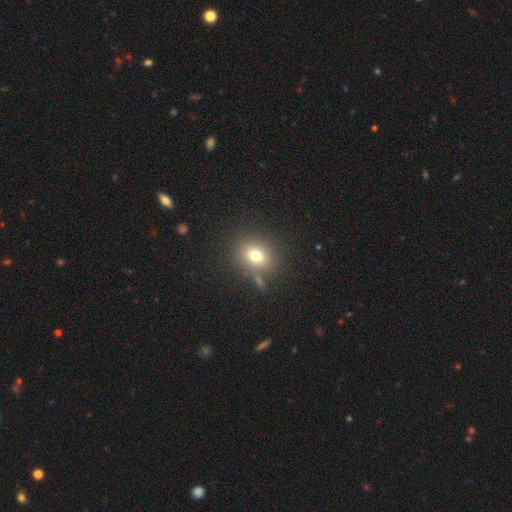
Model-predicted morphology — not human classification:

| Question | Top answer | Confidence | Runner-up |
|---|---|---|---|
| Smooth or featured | smooth | 74% | star or artifact (14%) |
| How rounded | round | 66% | in between (33%) |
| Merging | none | 75% | minor disturbance (12%) |